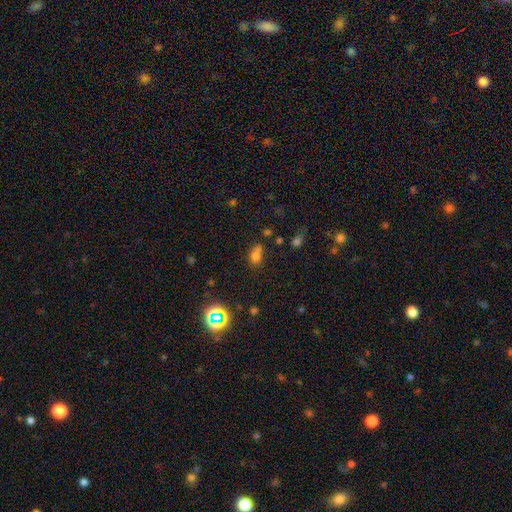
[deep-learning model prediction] smooth 66%, star or artifact 23%, featured or disk 11%. Down the decision tree: how rounded — round (49%, tied with in between); merging — none (44%).